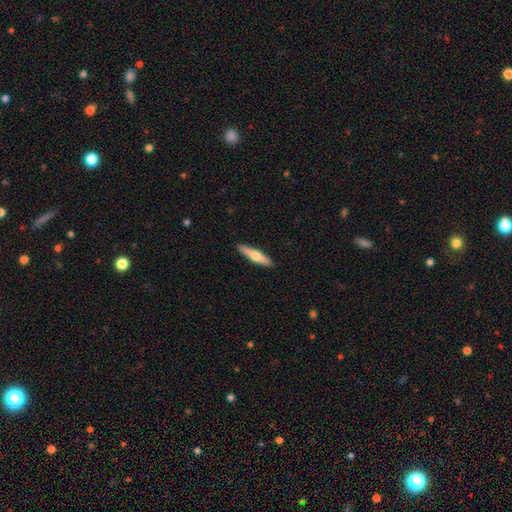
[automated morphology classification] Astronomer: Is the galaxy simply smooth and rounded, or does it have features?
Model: featured or disk — 50% (runner-up: smooth, 45%).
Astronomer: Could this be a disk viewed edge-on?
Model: yes — 95%.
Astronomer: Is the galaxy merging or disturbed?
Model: none — 91%.